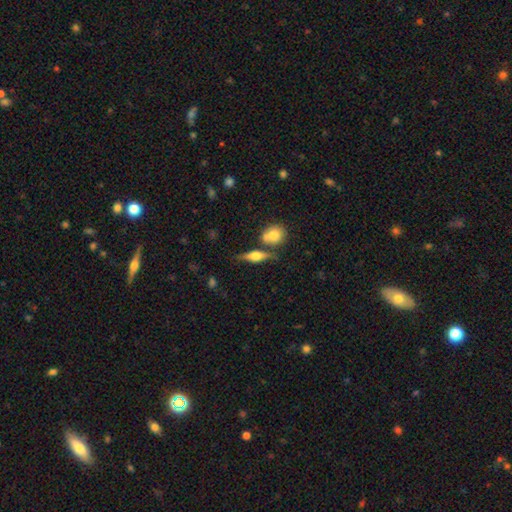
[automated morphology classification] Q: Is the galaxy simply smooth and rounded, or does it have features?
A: featured or disk — 54%.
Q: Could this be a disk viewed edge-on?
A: yes — 92%.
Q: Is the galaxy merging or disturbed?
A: none — 66%.